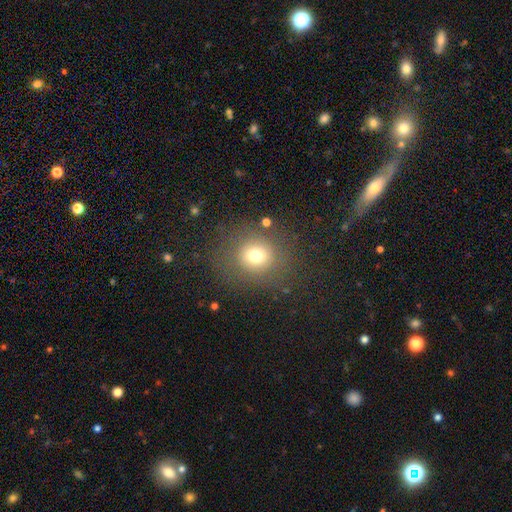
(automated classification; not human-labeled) Morphology: type=smooth (71%); roundness=round (81%); merging=none (80%).